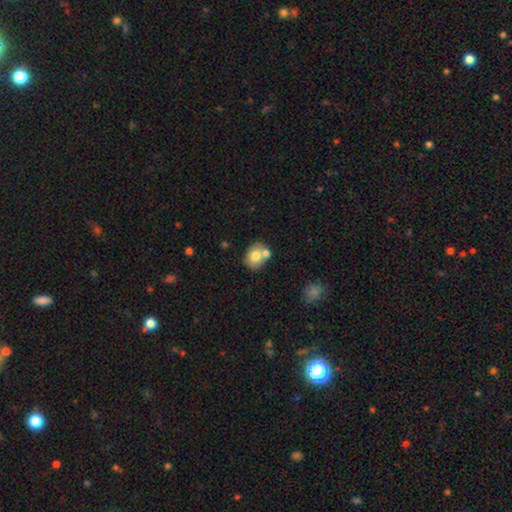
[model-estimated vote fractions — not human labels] The model was most divided on "how rounded": in between: 52%, round: 47%, cigar-shaped: 1%. More confident: smooth or featured — smooth (73%); merging — none (55%).